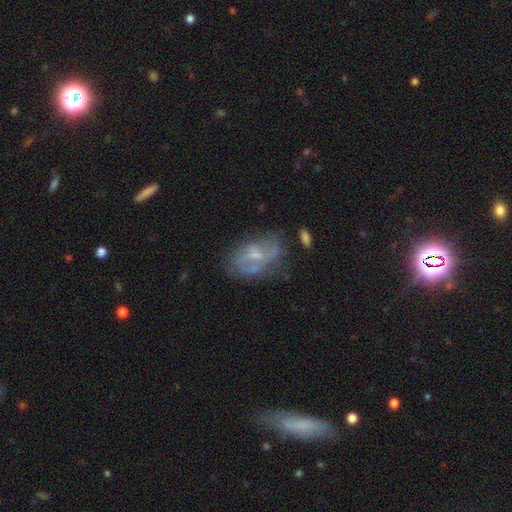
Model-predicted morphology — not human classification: This appears to be a featured or disk galaxy (66%) with no bar (50%), spiral arms (67%) and a small central bulge (49%). Merging: none (50%).